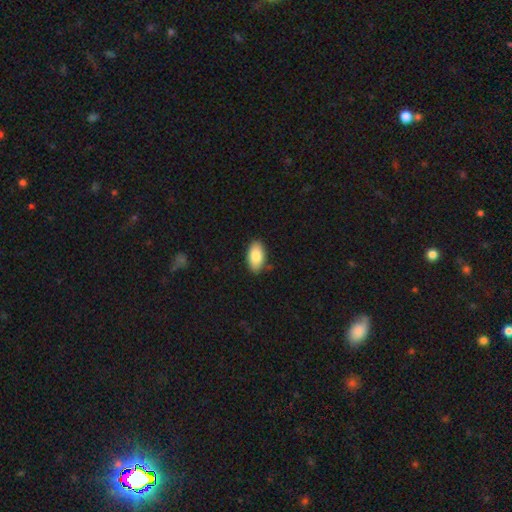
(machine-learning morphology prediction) smooth_or_featured: smooth (p=0.85) [alt: featured or disk p=0.09]
how_rounded: in between (p=0.94) [alt: round p=0.03]
merging: none (p=0.86) [alt: minor disturbance p=0.10]